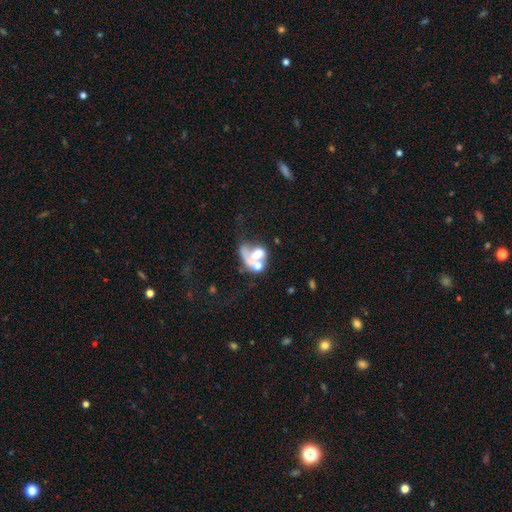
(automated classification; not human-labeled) smooth-or-featured: featured or disk: 44% | smooth: 39% | star or artifact: 17%
  merging: merger: 45% | major disturbance: 29% | none: 16% | minor disturbance: 10%